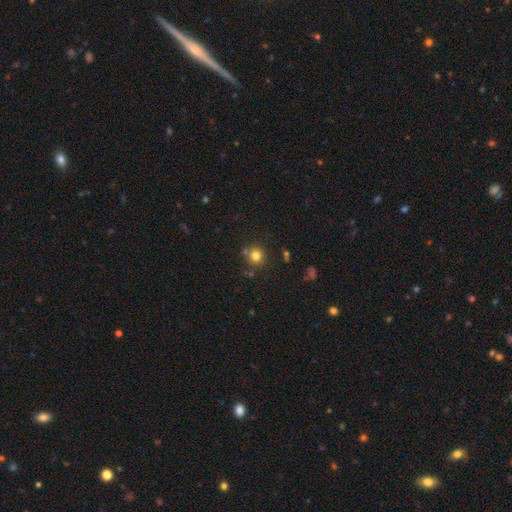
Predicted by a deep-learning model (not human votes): Smooth or featured: smooth — 80% (star or artifact — 13%)
How rounded: round — 90% (in between — 10%)
Merging: none — 76% (minor disturbance — 11%)